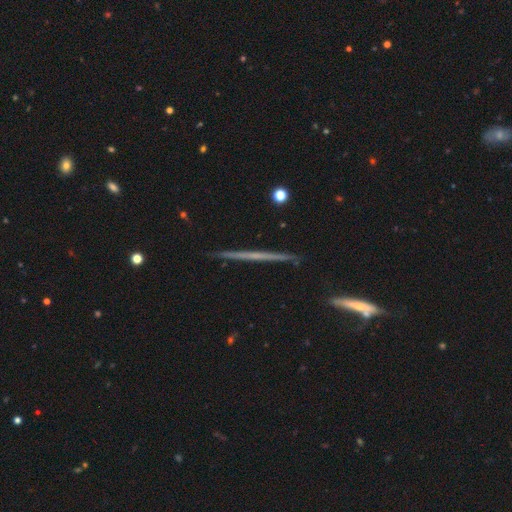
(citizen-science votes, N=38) A featured or disk galaxy (74%) viewed edge-on (100%) with no central bulge (79%). Merging: none (94%).